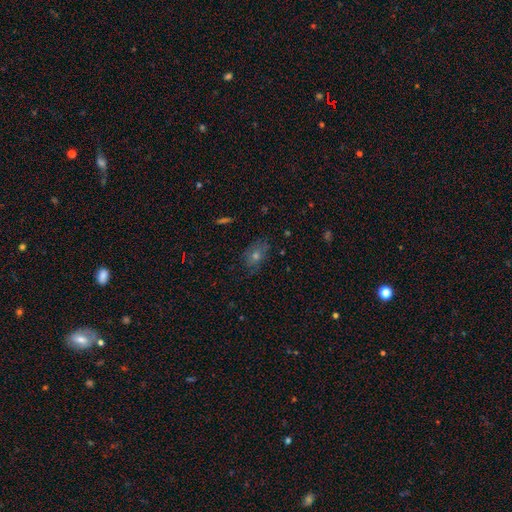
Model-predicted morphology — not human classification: smooth_or_featured: smooth (p=0.49) [alt: featured or disk p=0.27]
merging: none (p=0.77) [alt: minor disturbance p=0.17]